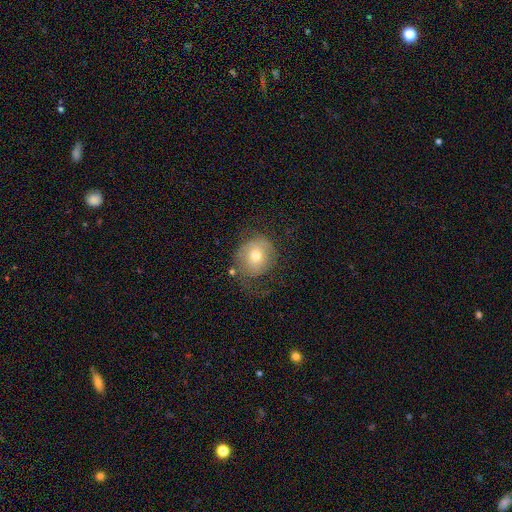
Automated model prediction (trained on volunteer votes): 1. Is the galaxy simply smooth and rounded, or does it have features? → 53% smooth, 38% featured or disk, 9% star or artifact.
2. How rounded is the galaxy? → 75% round, 24% in between, 1% cigar-shaped.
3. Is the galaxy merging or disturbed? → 48% none, 25% major disturbance, 24% minor disturbance, 3% merger.